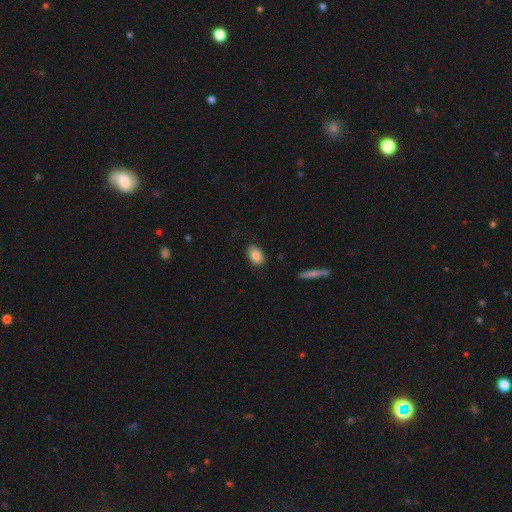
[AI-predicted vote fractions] A smooth galaxy with no disk features (85%) that is in between round and cigar-shaped (88%).

Vote fractions:
- Smooth or featured? smooth: 85% / featured or disk: 8% / star or artifact: 7%
- How rounded? in between: 88% / round: 10% / cigar-shaped: 2%
- Merging? none: 85% / minor disturbance: 11% / major disturbance: 2% / merger: 1%